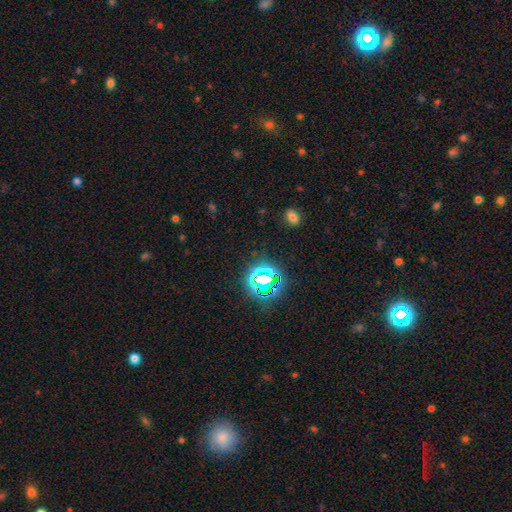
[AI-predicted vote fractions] Smooth or featured? Predicted: star or artifact (p=0.76).